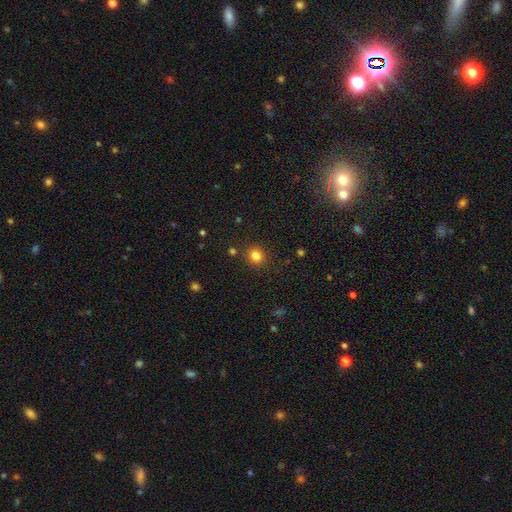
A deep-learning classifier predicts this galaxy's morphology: type=smooth (82%); roundness=round (82%); merging=none (86%).